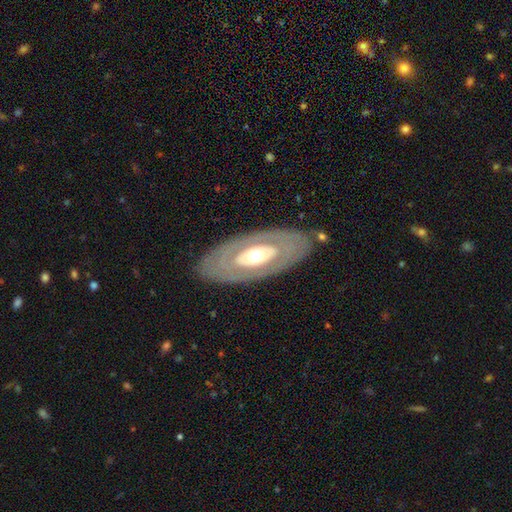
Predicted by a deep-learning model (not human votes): smooth_or_featured: featured or disk (p=0.64) [alt: smooth p=0.31]
disk_edge_on: no (p=0.86) [alt: yes p=0.14]
bar: no (p=0.86) [alt: weak p=0.09]
has_spiral_arms: no (p=0.87) [alt: yes p=0.13]
bulge_size: moderate (p=0.65) [alt: large p=0.24]
merging: none (p=0.84) [alt: minor disturbance p=0.10]